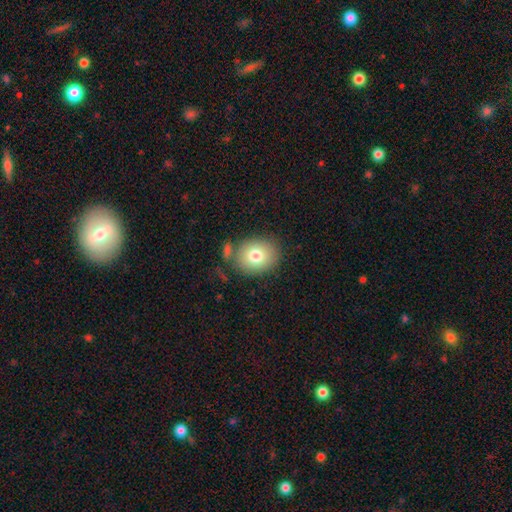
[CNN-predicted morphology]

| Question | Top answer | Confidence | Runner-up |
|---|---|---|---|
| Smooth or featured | smooth | 79% | featured or disk (12%) |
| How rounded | round | 58% | in between (41%) |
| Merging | none | 76% | minor disturbance (12%) |